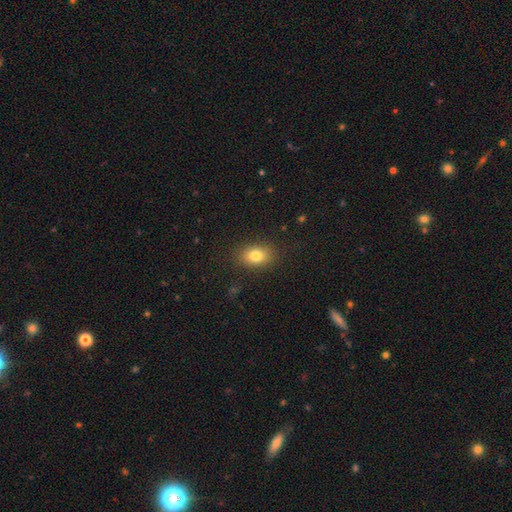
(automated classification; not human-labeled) Smooth or featured? smooth (81%)
How rounded? in between (77%)
Merging? none (86%)